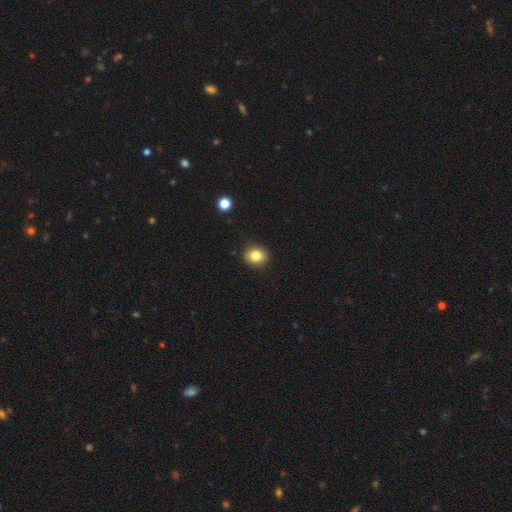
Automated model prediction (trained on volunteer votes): The model was most divided on "how rounded": round: 76%, in between: 23%, cigar-shaped: 1%. More confident: merging — none (90%); smooth or featured — smooth (83%).